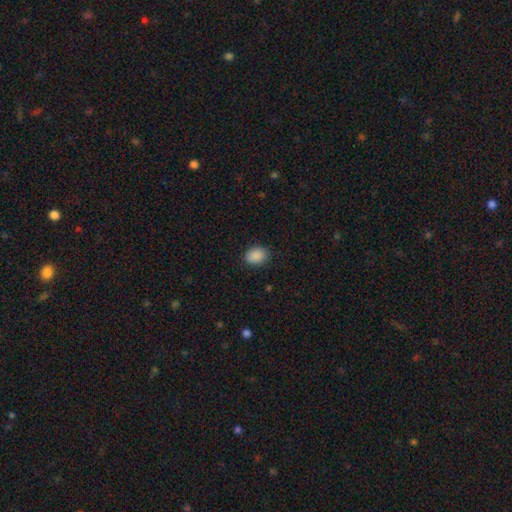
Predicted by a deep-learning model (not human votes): Smooth or featured? smooth (89%)
How rounded? in between (66%)
Merging? none (86%)